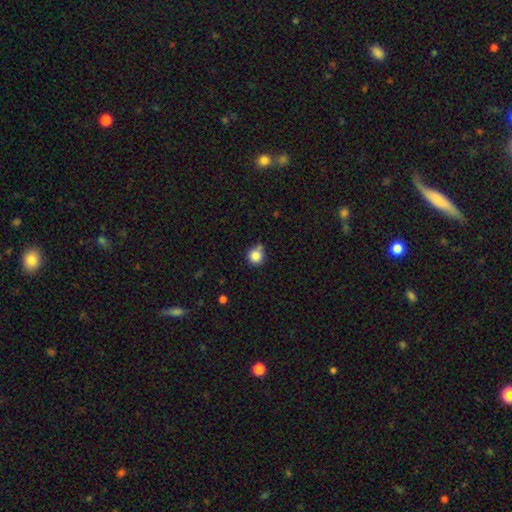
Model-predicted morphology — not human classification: This is clearly a smooth galaxy (85%). How rounded: clearly round (90%). Merging: likely none (61%).